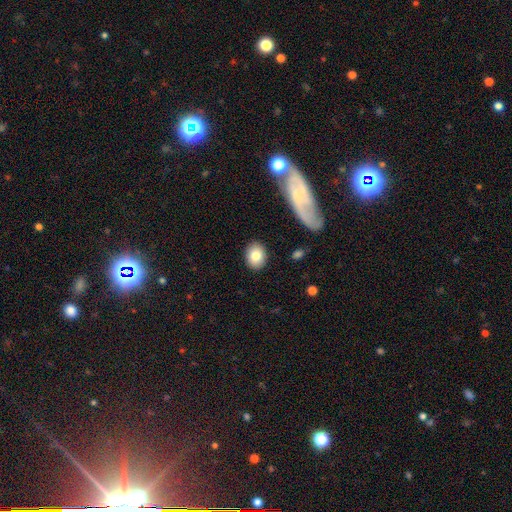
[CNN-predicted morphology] The model was most divided on "how rounded": in between: 55%, round: 44%, cigar-shaped: 2%. More confident: merging — none (88%); smooth or featured — smooth (82%).